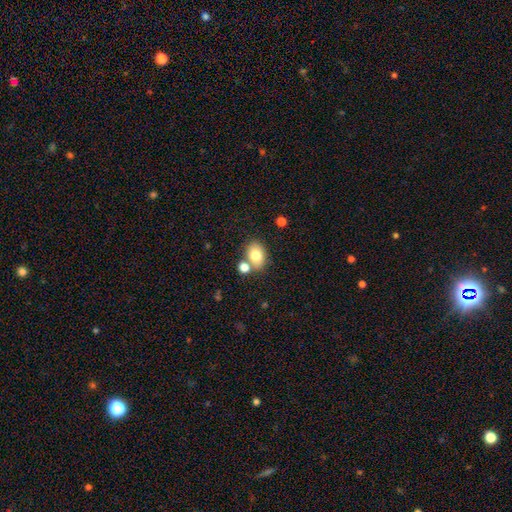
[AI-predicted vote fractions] A smooth galaxy with no disk features (79%) that is in between round and cigar-shaped (72%). Merging: none (64%).